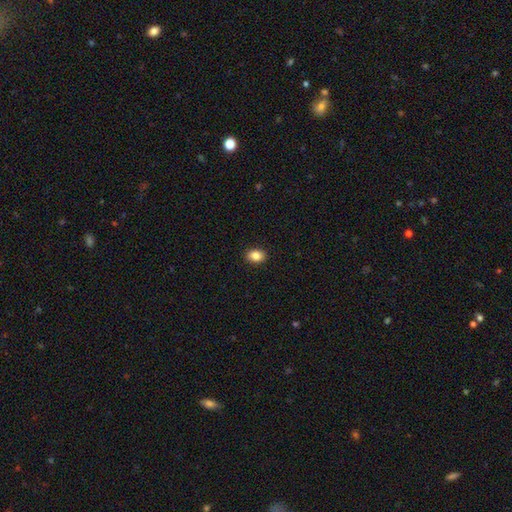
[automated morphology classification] type=smooth (86%); roundness=in between (73%); merging=none (91%).